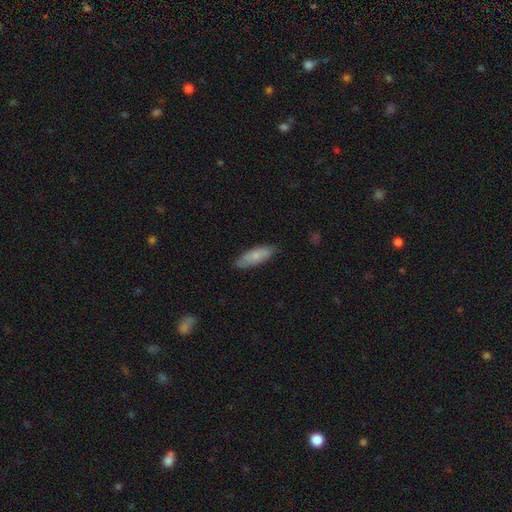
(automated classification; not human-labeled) Smooth or featured? Predicted: smooth (p=0.73). How rounded? Predicted: in between (p=0.57). Merging? Predicted: none (p=0.81).